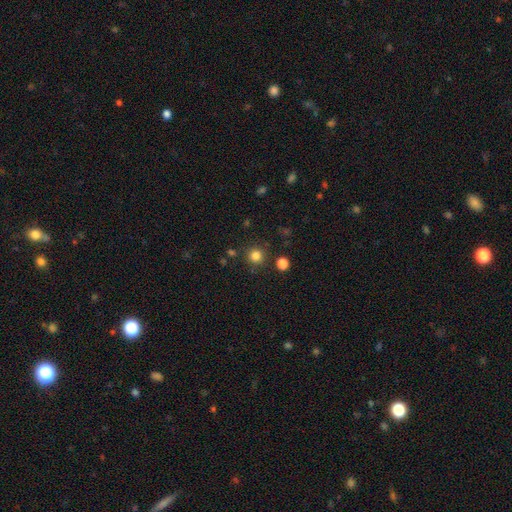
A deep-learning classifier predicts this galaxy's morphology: The model was most divided on "smooth or featured": smooth: 81%, star or artifact: 14%, featured or disk: 5%. More confident: how rounded — round (94%); merging — none (86%).